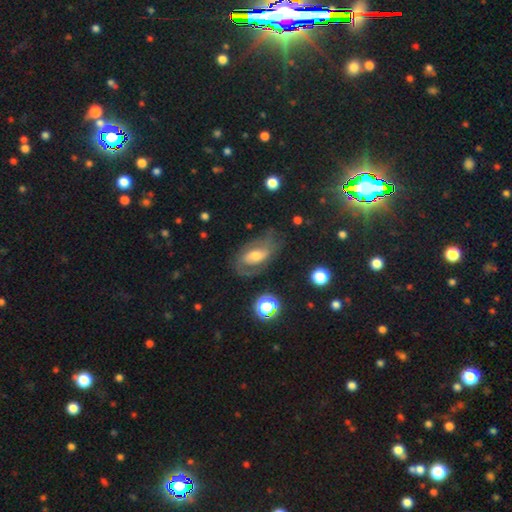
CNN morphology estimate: A featured or disk galaxy (68%) with a weak bar (43%), 2 (65%) medium (47%) spiral arms (82%) and a moderate central bulge (61%). Merging: none (60%).